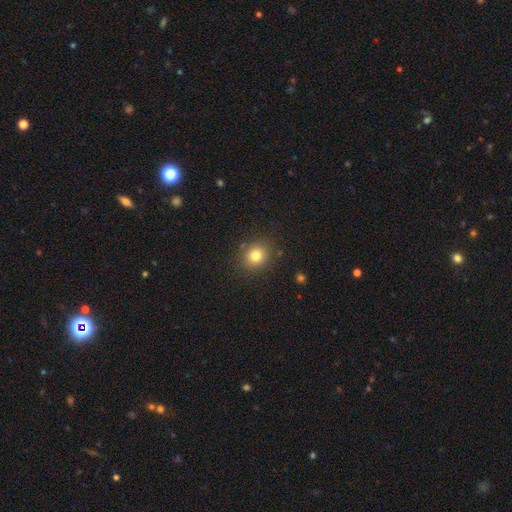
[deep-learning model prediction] A smooth galaxy with no disk features (79%) that is round (79%). Merging: none (86%).